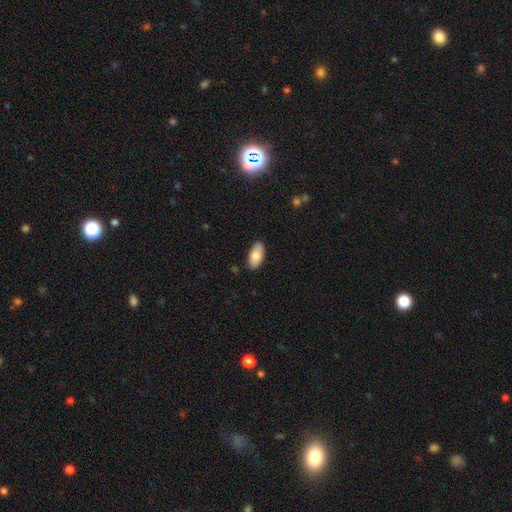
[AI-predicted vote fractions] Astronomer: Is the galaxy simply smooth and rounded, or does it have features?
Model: smooth — 80%.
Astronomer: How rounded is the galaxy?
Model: in between — 92%.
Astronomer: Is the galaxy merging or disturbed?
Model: none — 87%.